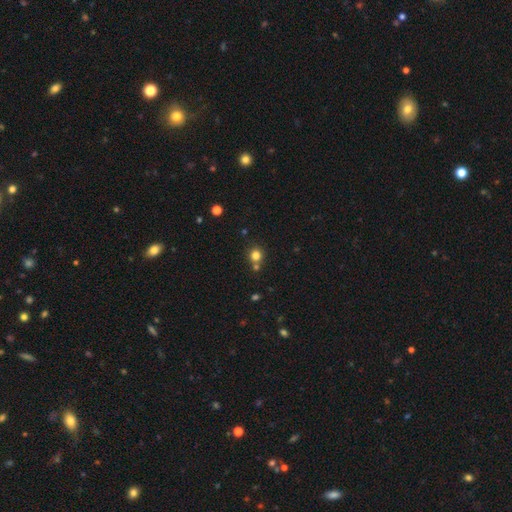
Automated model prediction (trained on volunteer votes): smooth-or-featured: smooth: 79% | star or artifact: 14% | featured or disk: 6%
  how-rounded: round: 88% | in between: 11% | cigar-shaped: 1%
  merging: none: 67% | merger: 21% | minor disturbance: 9% | major disturbance: 3%